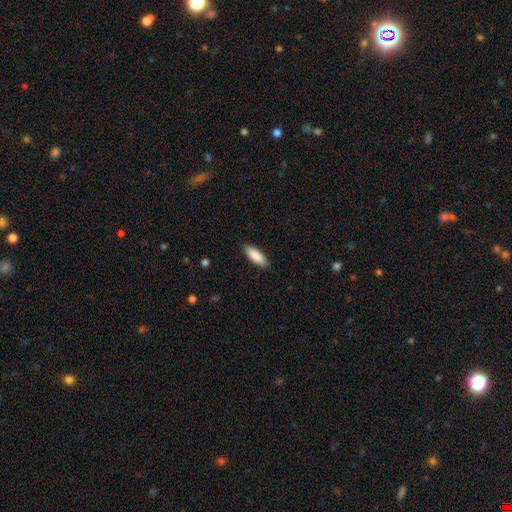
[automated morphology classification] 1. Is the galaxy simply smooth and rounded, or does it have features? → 87% smooth, 8% featured or disk, 5% star or artifact.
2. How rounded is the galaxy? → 52% in between, 46% cigar-shaped, 2% round.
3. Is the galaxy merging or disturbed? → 89% none, 9% minor disturbance, 2% major disturbance, 1% merger.